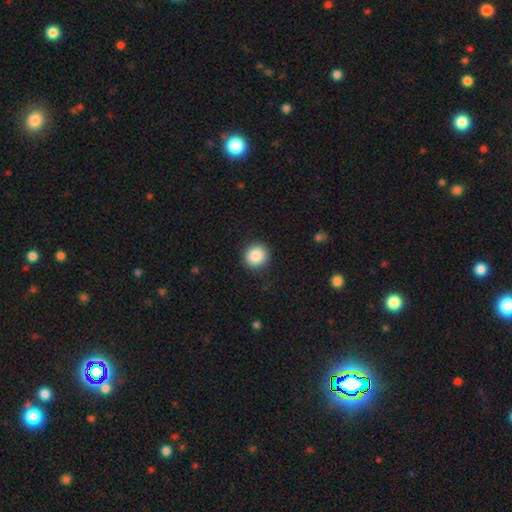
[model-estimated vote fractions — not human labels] Smooth or featured: smooth — 88% (star or artifact — 8%)
How rounded: round — 91% (in between — 8%)
Merging: none — 91% (minor disturbance — 6%)